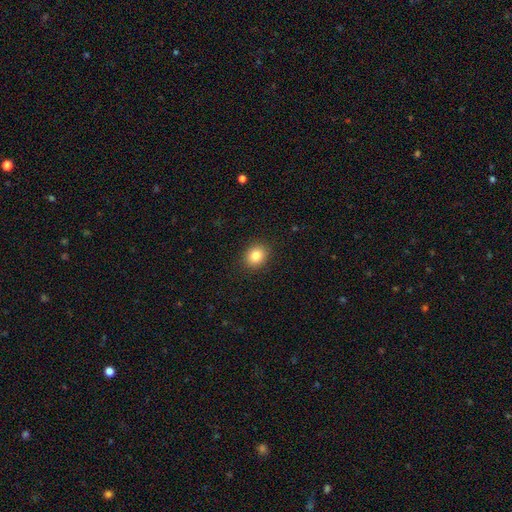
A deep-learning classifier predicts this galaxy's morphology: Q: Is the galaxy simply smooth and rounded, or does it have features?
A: smooth — 84%.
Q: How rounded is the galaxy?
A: round — 67%.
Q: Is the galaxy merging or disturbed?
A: none — 90%.